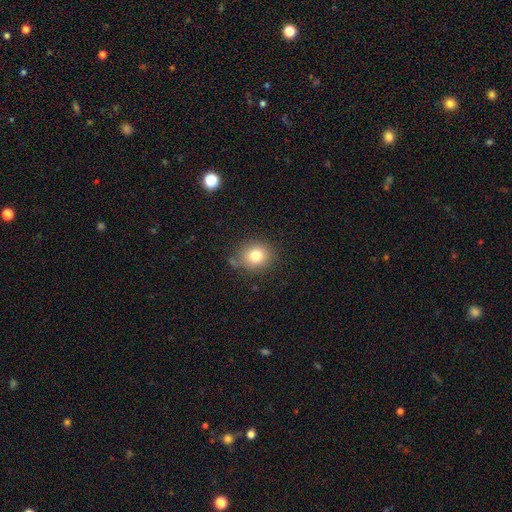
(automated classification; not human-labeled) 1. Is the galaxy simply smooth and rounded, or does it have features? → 78% smooth, 12% star or artifact, 10% featured or disk.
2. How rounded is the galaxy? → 79% round, 20% in between, 1% cigar-shaped.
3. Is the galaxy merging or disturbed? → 76% none, 16% minor disturbance, 4% major disturbance, 4% merger.